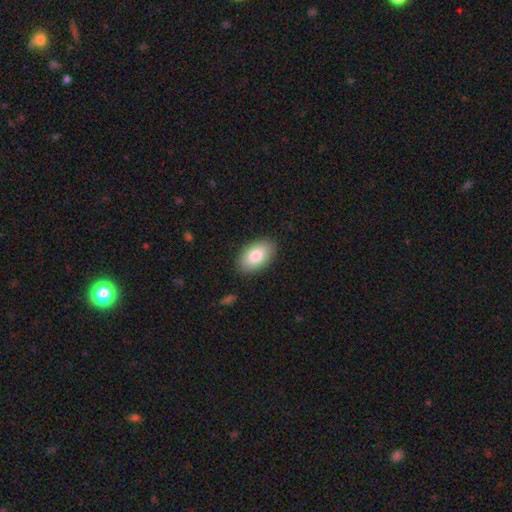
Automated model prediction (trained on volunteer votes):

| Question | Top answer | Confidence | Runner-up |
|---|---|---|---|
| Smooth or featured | smooth | 84% | featured or disk (10%) |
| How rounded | in between | 94% | round (5%) |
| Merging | none | 88% | minor disturbance (9%) |